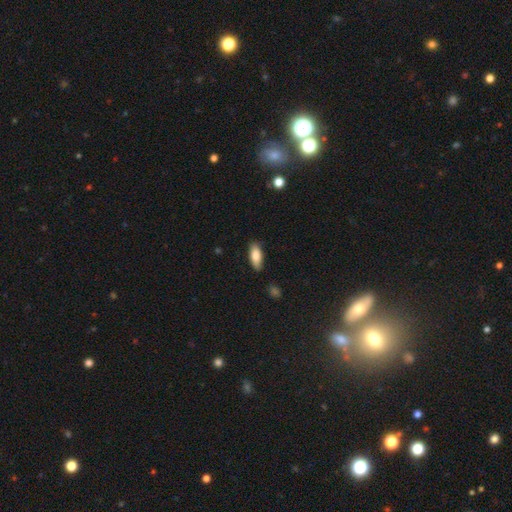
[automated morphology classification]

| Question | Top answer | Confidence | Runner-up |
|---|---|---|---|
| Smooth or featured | smooth | 83% | featured or disk (11%) |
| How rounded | in between | 78% | cigar-shaped (20%) |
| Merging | none | 82% | minor disturbance (14%) |